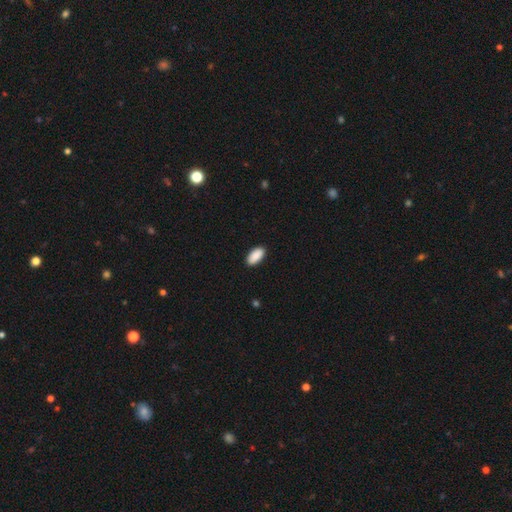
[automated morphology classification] Overall: smooth (91%). How rounded: in between (94%). Merging: none (89%).